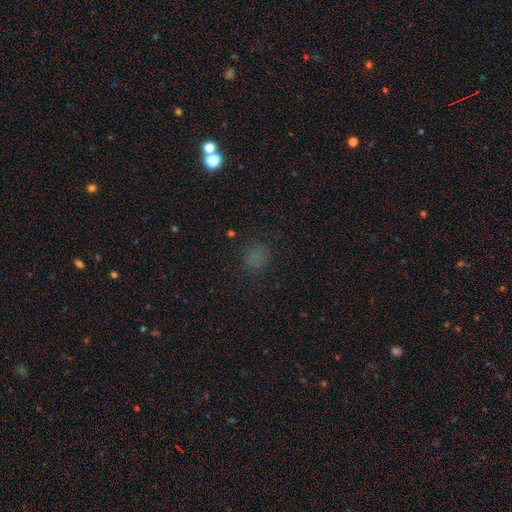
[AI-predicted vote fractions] This is likely a smooth galaxy (69%). How rounded: likely round (67%). Merging: clearly none (81%).